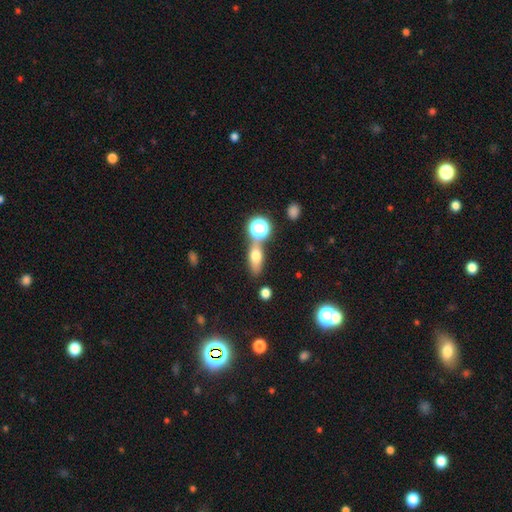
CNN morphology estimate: smooth_or_featured: smooth (p=0.63) [alt: featured or disk p=0.23]
how_rounded: in between (p=0.62) [alt: cigar-shaped p=0.22]
merging: none (p=0.65) [alt: merger p=0.18]